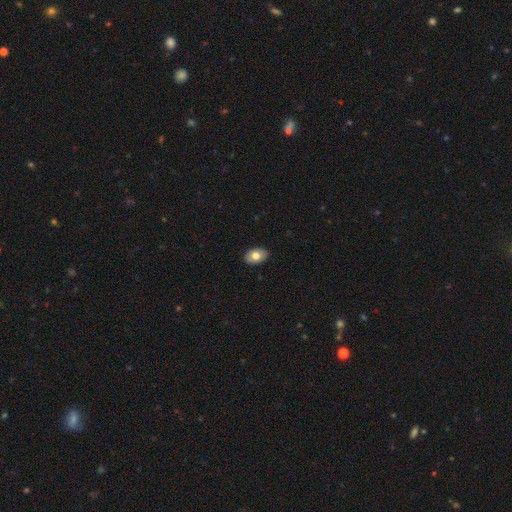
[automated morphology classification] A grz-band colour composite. It shows a smooth galaxy with no disk features (79%) that is in between round and cigar-shaped (89%). Merging: none (90%).